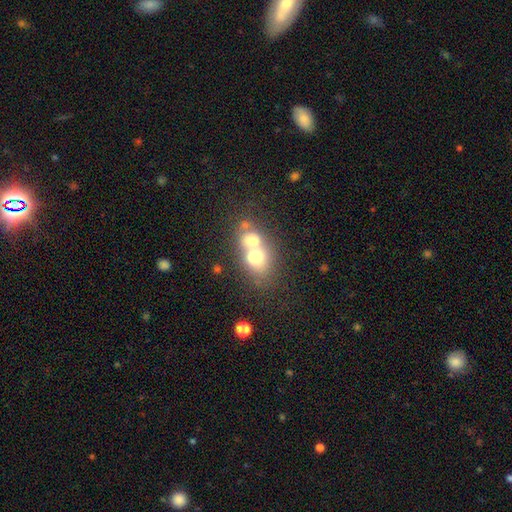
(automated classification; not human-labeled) A smooth galaxy with no disk features (64%) that is in between round and cigar-shaped (49%, tied with round). Merging: merger (70%).